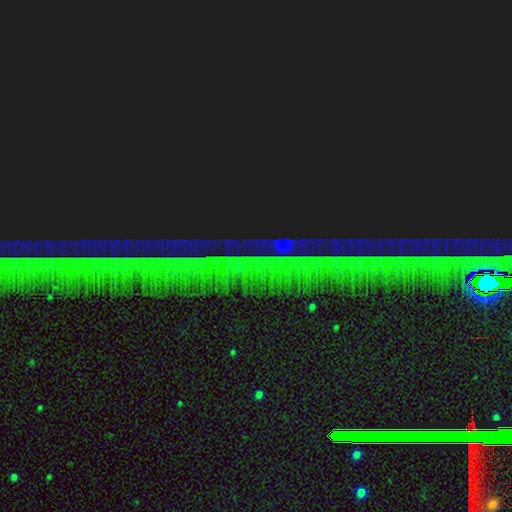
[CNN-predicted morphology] Overall: star or artifact (86%).